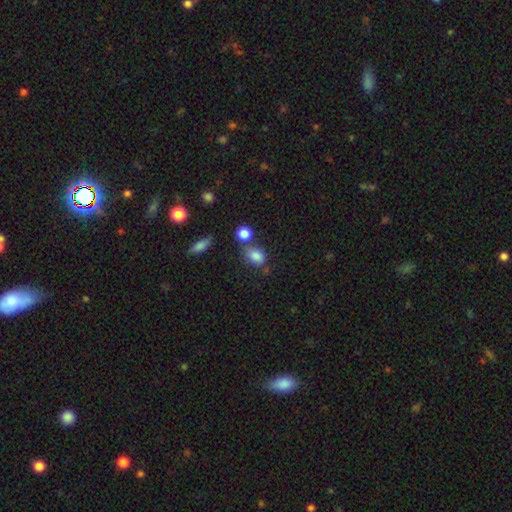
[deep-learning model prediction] A smooth galaxy with no disk features (83%) that is in between round and cigar-shaped (69%). Merging: none (53%).